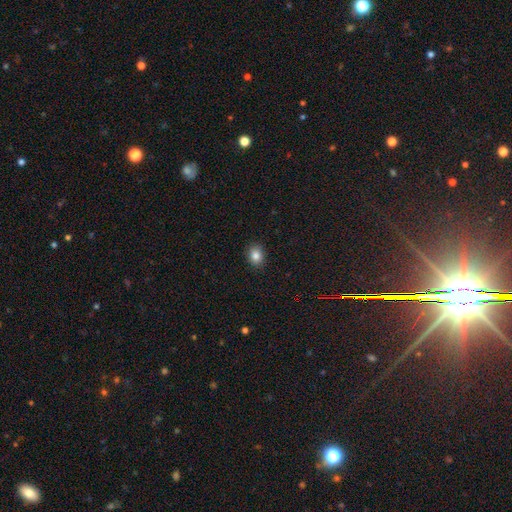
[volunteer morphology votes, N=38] Smooth or featured?
  - smooth: 87% *
  - featured or disk: 8%
  - star or artifact: 5%
How rounded?
  - round: 64% *
  - in between: 36%
  - cigar-shaped: 0%
Merging?
  - none: 92% *
  - major disturbance: 6%
  - minor disturbance: 3%
  - merger: 0%